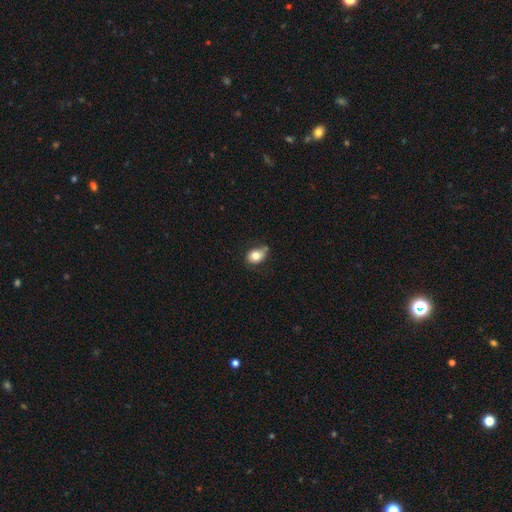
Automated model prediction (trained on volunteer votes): smooth-or-featured: smooth: 77% | featured or disk: 15% | star or artifact: 9%
  how-rounded: in between: 69% | round: 30% | cigar-shaped: 1%
  merging: none: 50% | minor disturbance: 36% | major disturbance: 10% | merger: 4%